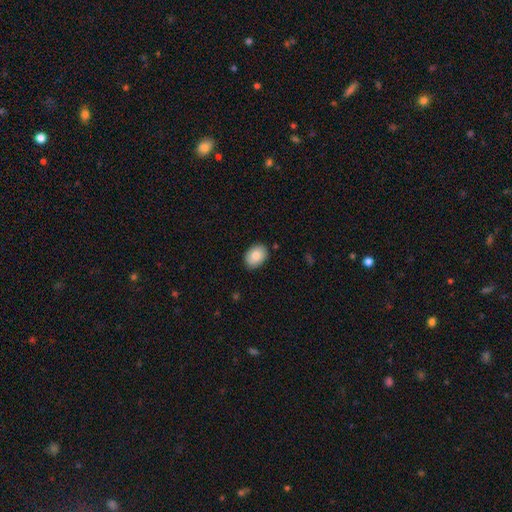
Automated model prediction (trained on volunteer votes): smooth 86%, featured or disk 8%, star or artifact 7%. Down the decision tree: how rounded — in between (75%); merging — none (85%).